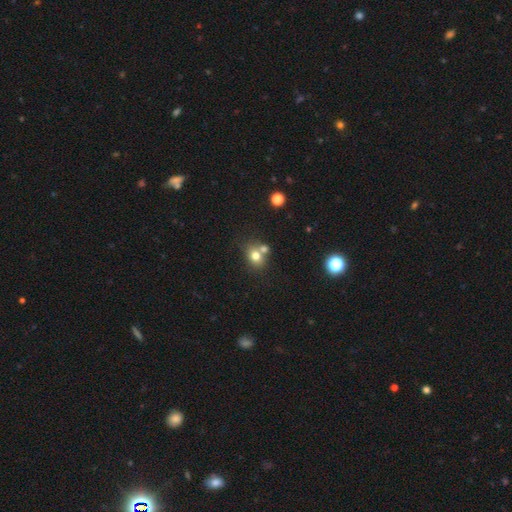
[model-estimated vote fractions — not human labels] A smooth galaxy with no disk features (75%) that is round (61%). Merging: none (48%).